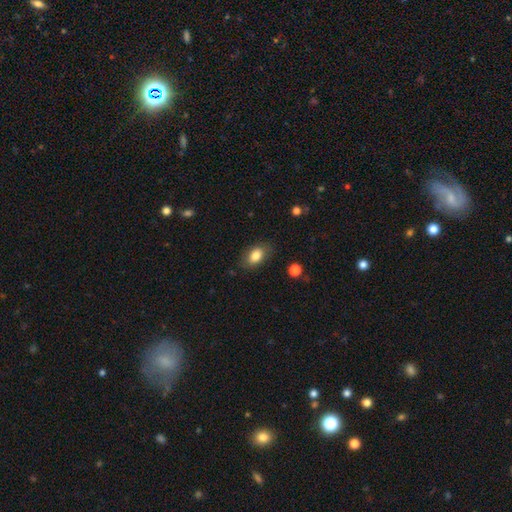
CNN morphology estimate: type=smooth (83%); roundness=in between (88%); merging=none (81%).